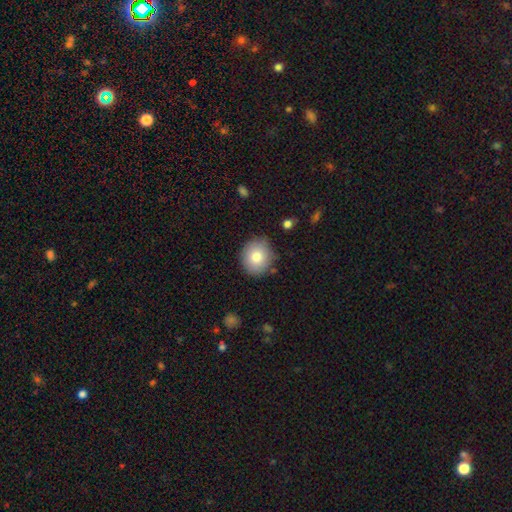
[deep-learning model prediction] This appears to be a smooth galaxy with no disk features (80%) that is round (81%). Merging: none (84%).